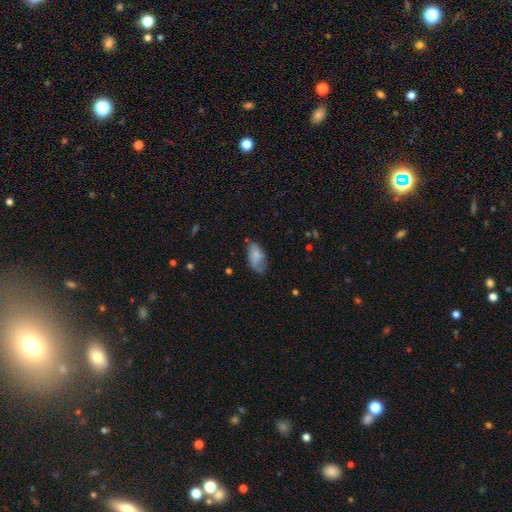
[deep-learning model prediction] Smooth or featured? Predicted: smooth (p=0.75). How rounded? Predicted: in between (p=0.93). Merging? Predicted: none (p=0.51).